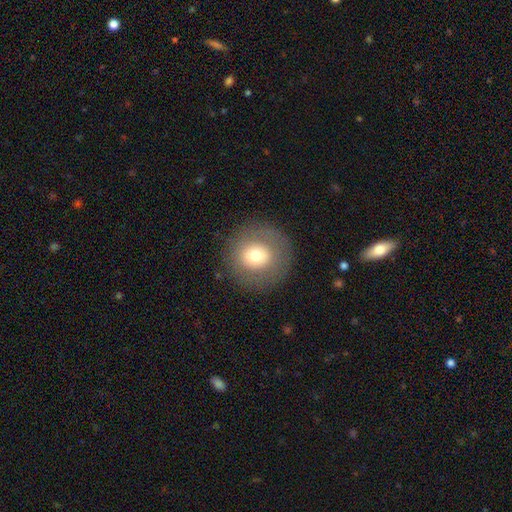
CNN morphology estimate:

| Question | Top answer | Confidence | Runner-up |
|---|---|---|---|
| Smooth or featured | smooth | 69% | featured or disk (20%) |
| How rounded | round | 93% | in between (6%) |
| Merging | none | 86% | minor disturbance (8%) |